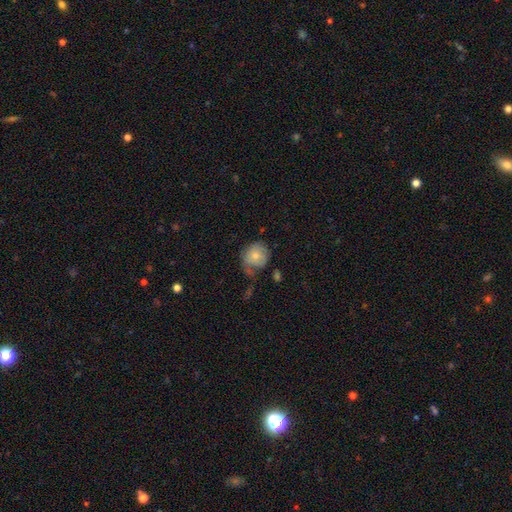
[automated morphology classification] A smooth galaxy with no disk features (72%) that is round (80%). Merging: none (43%).